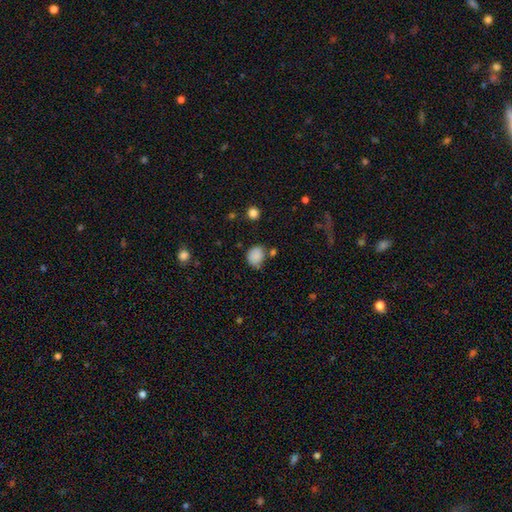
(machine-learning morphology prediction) Overall: smooth (85%). How rounded: round (56%; in between 43%). Merging: none (65%).